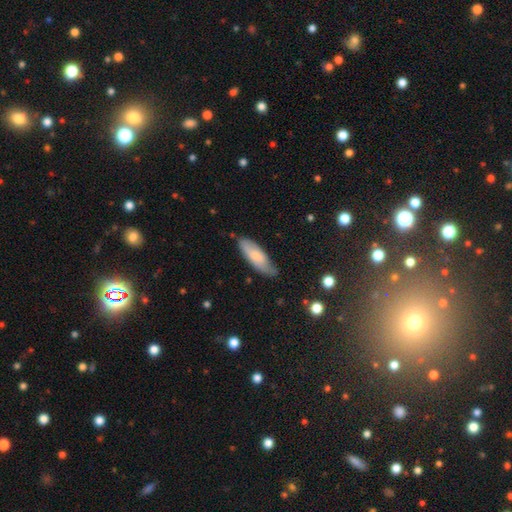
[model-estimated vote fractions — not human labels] The model was most divided on "how rounded": in between: 61%, cigar-shaped: 37%, round: 2%. More confident: smooth or featured — smooth (69%); merging — none (69%).